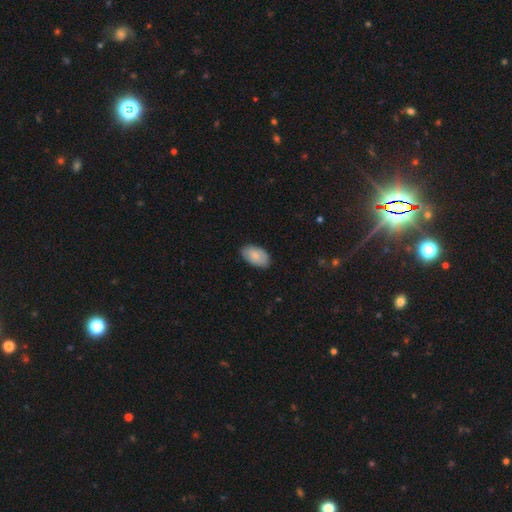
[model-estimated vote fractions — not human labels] Smooth or featured?
  - smooth: 84% *
  - featured or disk: 10%
  - star or artifact: 6%
How rounded?
  - in between: 94% *
  - round: 4%
  - cigar-shaped: 1%
Merging?
  - none: 84% *
  - minor disturbance: 13%
  - major disturbance: 2%
  - merger: 1%